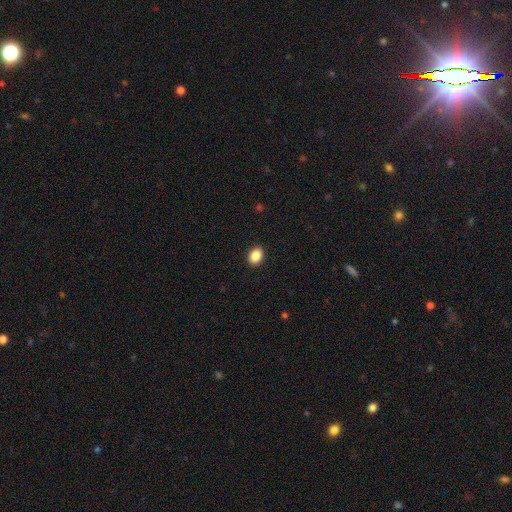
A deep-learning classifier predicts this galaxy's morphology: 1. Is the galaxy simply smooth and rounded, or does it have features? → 88% smooth, 8% star or artifact, 3% featured or disk.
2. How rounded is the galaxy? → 63% in between, 36% round, 1% cigar-shaped.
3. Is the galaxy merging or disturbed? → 91% none, 6% minor disturbance, 2% major disturbance, 1% merger.